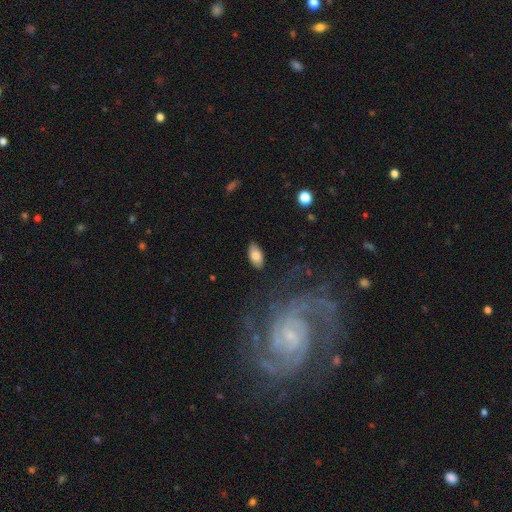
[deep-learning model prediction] Smooth or featured? smooth (82%)
How rounded? in between (93%)
Merging? none (84%)